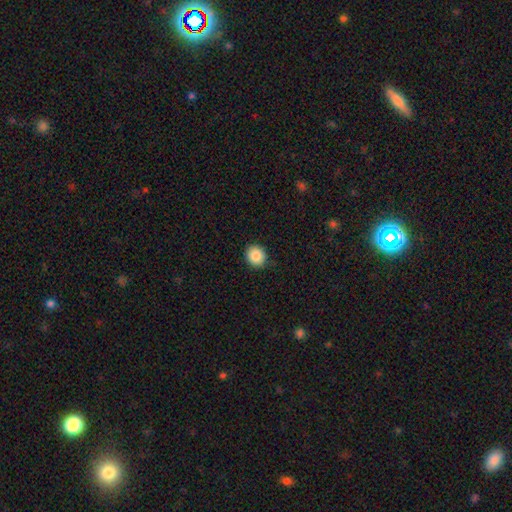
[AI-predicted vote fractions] Smooth or featured?
  - smooth: 88% *
  - star or artifact: 8%
  - featured or disk: 4%
How rounded?
  - round: 82% *
  - in between: 17%
  - cigar-shaped: 1%
Merging?
  - none: 90% *
  - minor disturbance: 8%
  - major disturbance: 2%
  - merger: 1%